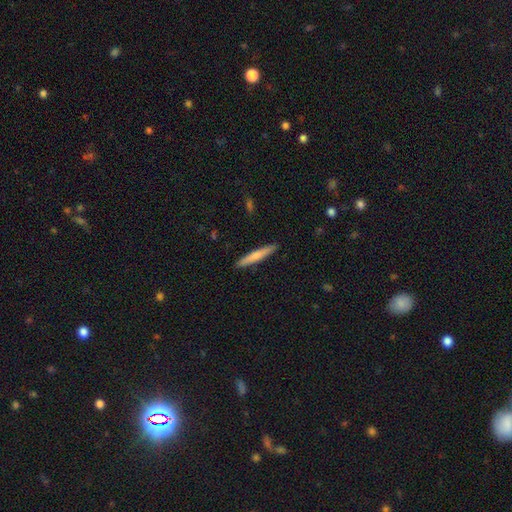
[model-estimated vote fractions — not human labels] A smooth galaxy with no disk features (67%) that is cigar-shaped (94%).

Vote fractions:
- Smooth or featured? smooth: 67% / featured or disk: 27% / star or artifact: 5%
- How rounded? cigar-shaped: 94% / in between: 4% / round: 1%
- Merging? none: 91% / minor disturbance: 6% / major disturbance: 1% / merger: 1%